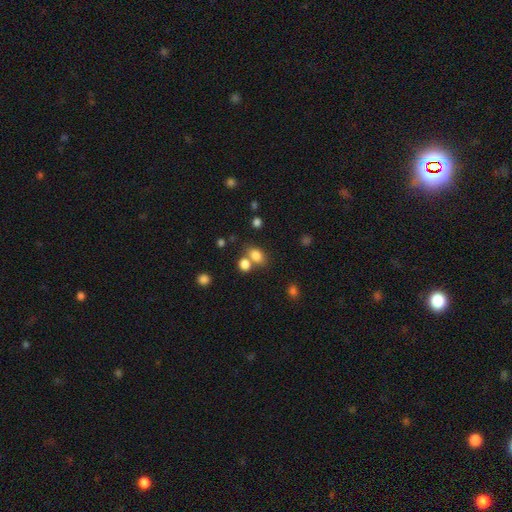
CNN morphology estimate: A smooth galaxy with no disk features (80%) that is in between round and cigar-shaped (70%).

Vote fractions:
- Smooth or featured? smooth: 80% / star or artifact: 13% / featured or disk: 8%
- How rounded? in between: 70% / round: 29% / cigar-shaped: 2%
- Merging? none: 52% / merger: 33% / minor disturbance: 11% / major disturbance: 4%